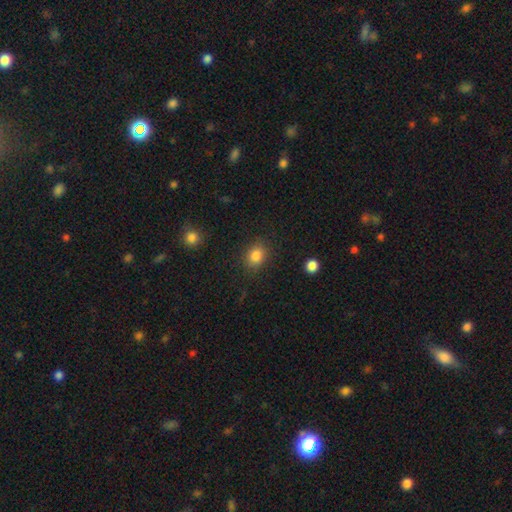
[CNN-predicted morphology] This appears to be a smooth galaxy with no disk features (85%) that is round (51%). Merging: none (84%).